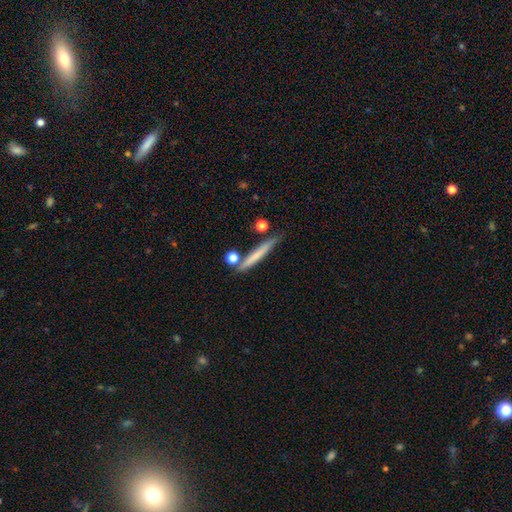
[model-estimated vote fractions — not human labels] This appears to be a smooth galaxy with no disk features (63%) that is cigar-shaped (94%). Merging: none (73%).